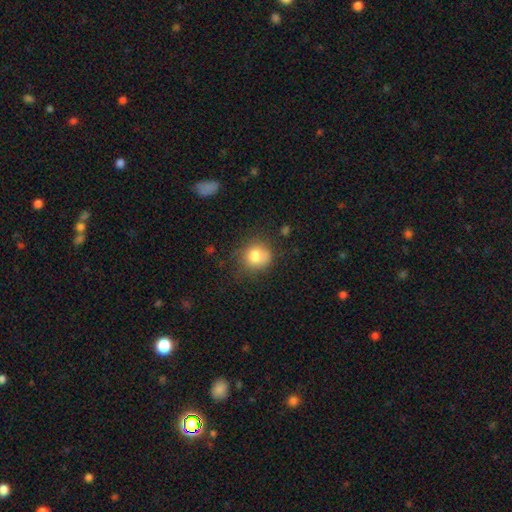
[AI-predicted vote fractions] Morphology: type=smooth (81%); roundness=round (84%); merging=none (67%).